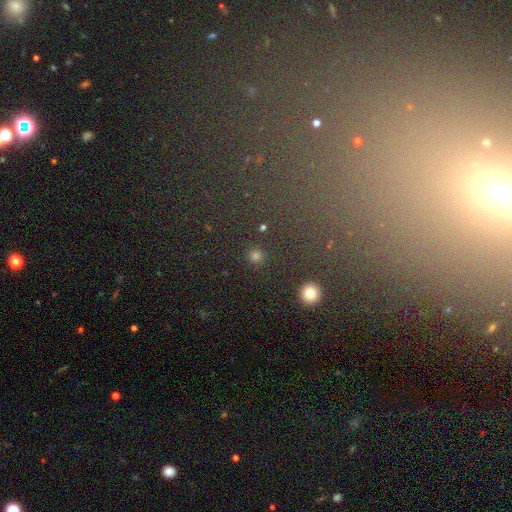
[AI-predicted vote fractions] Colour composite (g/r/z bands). It shows a smooth galaxy with no disk features (77%) that is round (94%). Merging: none (89%).